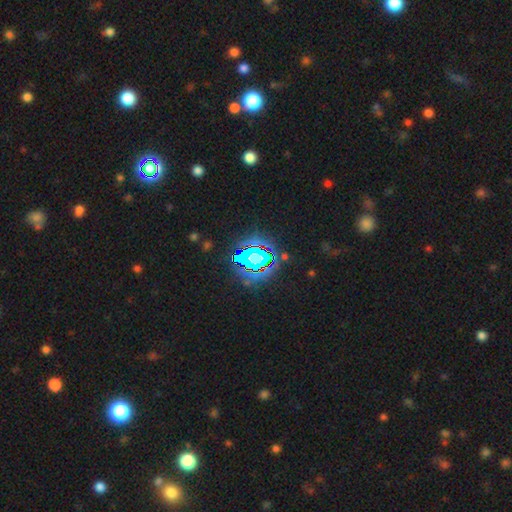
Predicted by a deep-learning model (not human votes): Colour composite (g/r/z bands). It shows a star or artifact, not a galaxy (81%).